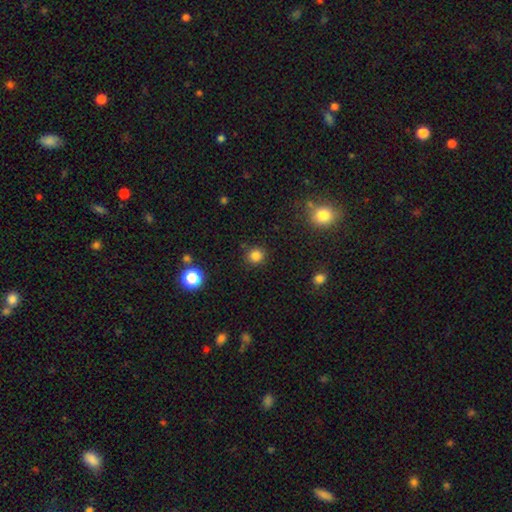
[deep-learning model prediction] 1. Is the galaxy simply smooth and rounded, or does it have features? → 82% smooth, 13% star or artifact, 4% featured or disk.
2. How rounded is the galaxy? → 90% round, 9% in between, 1% cigar-shaped.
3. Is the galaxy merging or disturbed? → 88% none, 7% minor disturbance, 2% major disturbance, 2% merger.